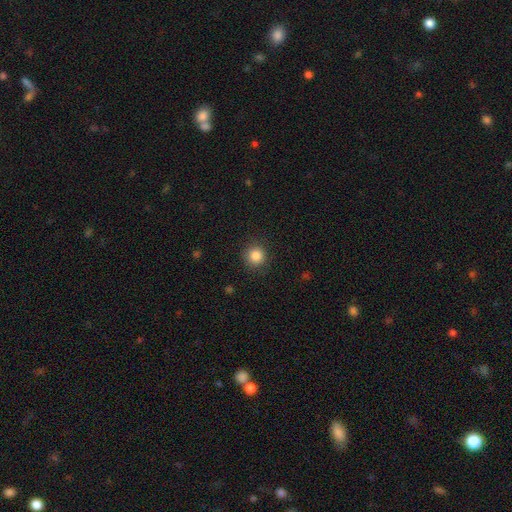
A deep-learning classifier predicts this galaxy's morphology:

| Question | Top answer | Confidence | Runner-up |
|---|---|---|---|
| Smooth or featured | smooth | 85% | star or artifact (11%) |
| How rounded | round | 93% | in between (6%) |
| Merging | none | 90% | minor disturbance (7%) |